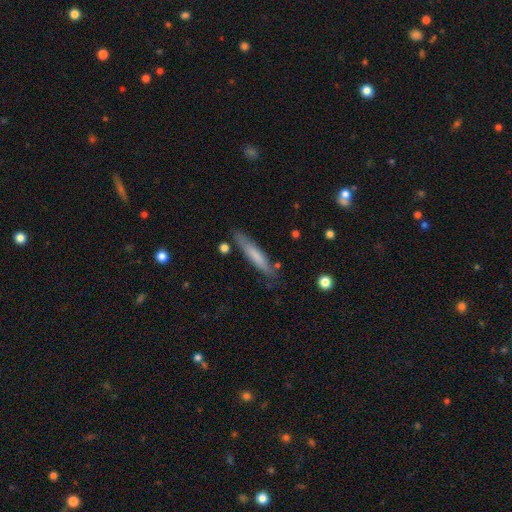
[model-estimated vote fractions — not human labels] Smooth or featured? Predicted: smooth (p=0.69). How rounded? Predicted: cigar-shaped (p=0.89). Merging? Predicted: none (p=0.80).